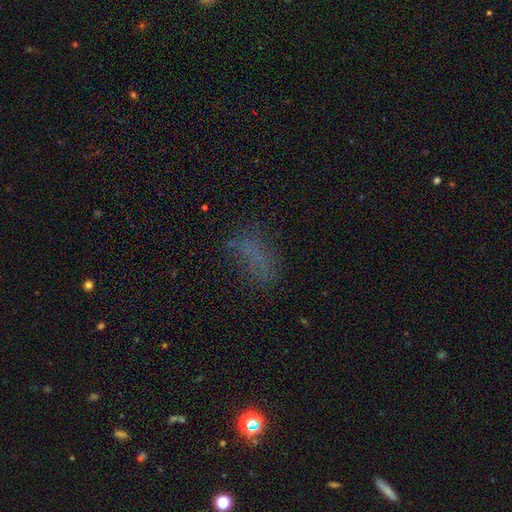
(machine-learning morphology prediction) A smooth galaxy with no disk features (56%) that is in between round and cigar-shaped (74%). Merging: none (58%).